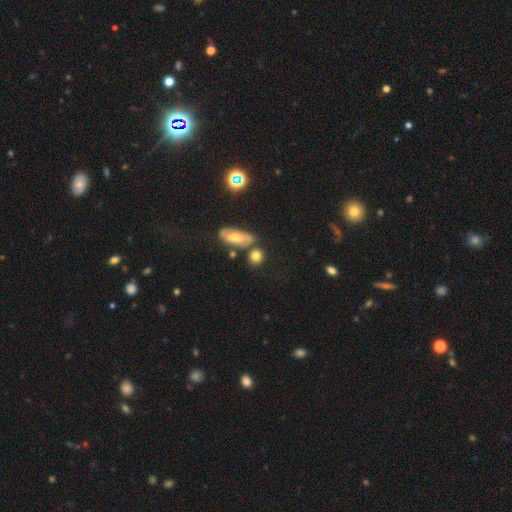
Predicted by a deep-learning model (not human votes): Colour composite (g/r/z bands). It shows a smooth galaxy with no disk features (76%) that is round (71%). Merging: none (66%).